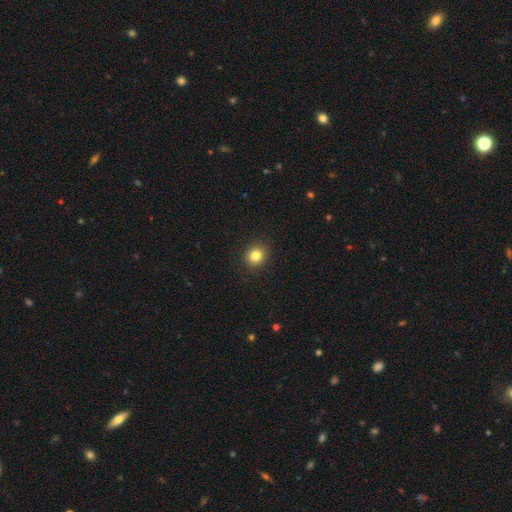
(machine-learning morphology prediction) Smooth or featured? smooth (83%)
How rounded? round (77%)
Merging? none (92%)